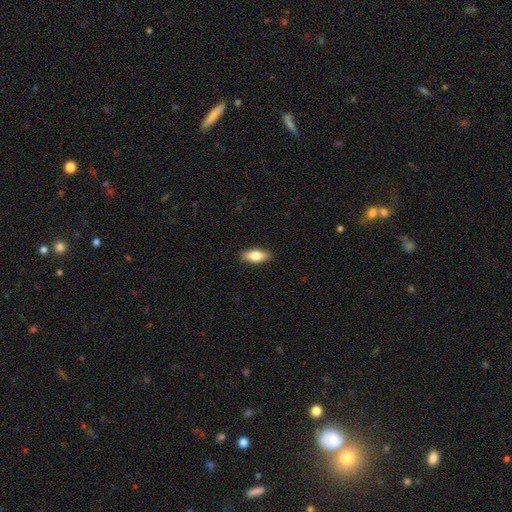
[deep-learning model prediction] The model was most divided on "smooth or featured": smooth: 72%, featured or disk: 22%, star or artifact: 6%. More confident: merging — none (89%); how rounded — in between (76%).